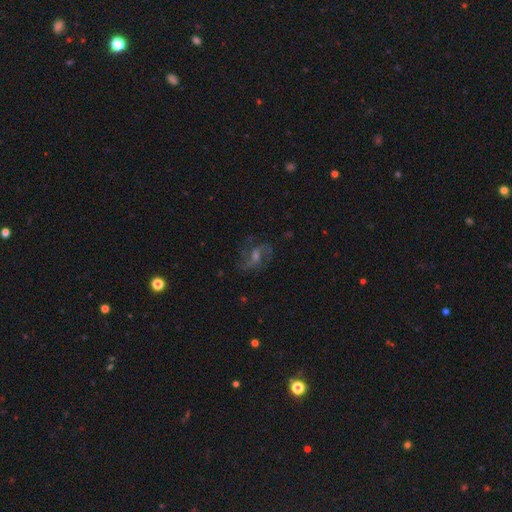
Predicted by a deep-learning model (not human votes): Smooth or featured?
  - featured or disk: 72% *
  - star or artifact: 16%
  - smooth: 12%
Edge-on disk?
  - no: 96% *
  - yes: 4%
Bar?
  - weak: 52% *
  - no: 31%
  - strong: 17%
Spiral arms?
  - yes: 92% *
  - no: 8%
Spiral winding?
  - medium: 47% *
  - loose: 40%
  - tight: 13%
Spiral arm count?
  - 2: 58% *
  - 3: 15%
  - can't tell: 14%
  - 4: 5%
  - 1: 4%
  - more than 4: 4%
Bulge size?
  - moderate: 45% *
  - small: 38%
  - none: 10%
  - large: 6%
  - dominant: 1%
Merging?
  - none: 73% *
  - minor disturbance: 14%
  - major disturbance: 11%
  - merger: 2%